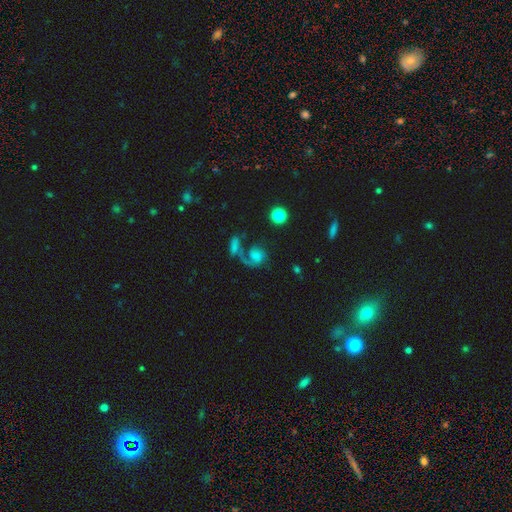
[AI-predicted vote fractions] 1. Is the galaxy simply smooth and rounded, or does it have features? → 47% featured or disk, 37% smooth, 15% star or artifact.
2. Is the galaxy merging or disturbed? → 34% none, 32% merger, 22% major disturbance, 12% minor disturbance.